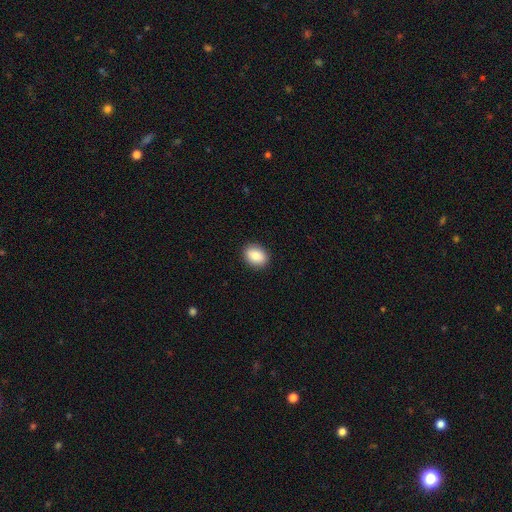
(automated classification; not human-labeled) A smooth galaxy with no disk features (86%) that is in between round and cigar-shaped (68%).

Vote fractions:
- Smooth or featured? smooth: 86% / star or artifact: 7% / featured or disk: 7%
- How rounded? in between: 68% / round: 30% / cigar-shaped: 1%
- Merging? none: 91% / minor disturbance: 7% / major disturbance: 2% / merger: 1%